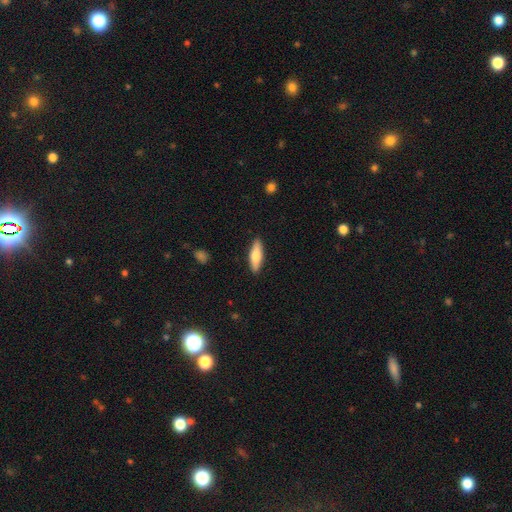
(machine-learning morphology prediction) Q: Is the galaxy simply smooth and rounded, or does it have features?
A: smooth — 67%.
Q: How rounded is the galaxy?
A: cigar-shaped — 55%.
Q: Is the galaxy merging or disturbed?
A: none — 90%.